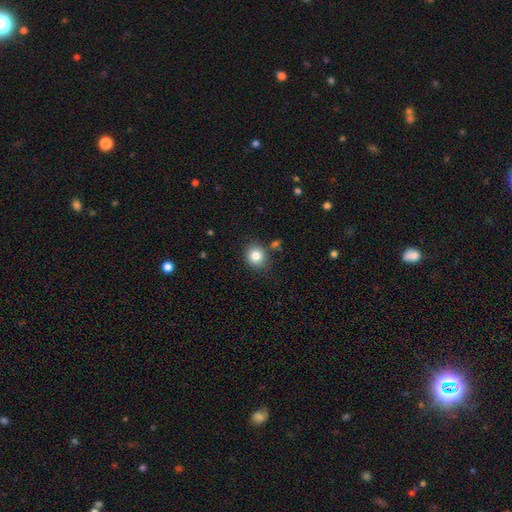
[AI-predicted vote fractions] Smooth or featured? smooth (83%)
How rounded? round (81%)
Merging? none (83%)